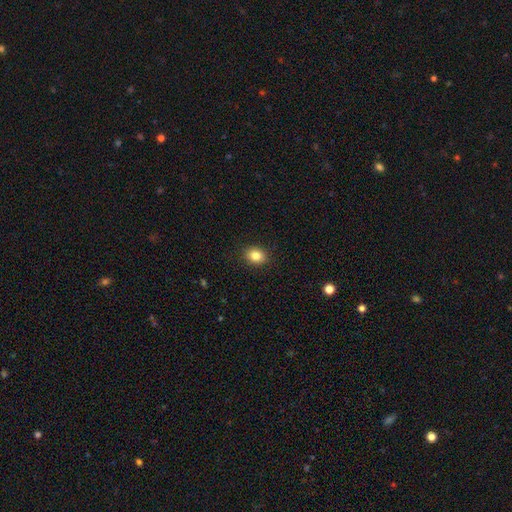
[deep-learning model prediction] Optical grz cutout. It shows a smooth galaxy with no disk features (83%) that is in between round and cigar-shaped (50%). Merging: none (90%).